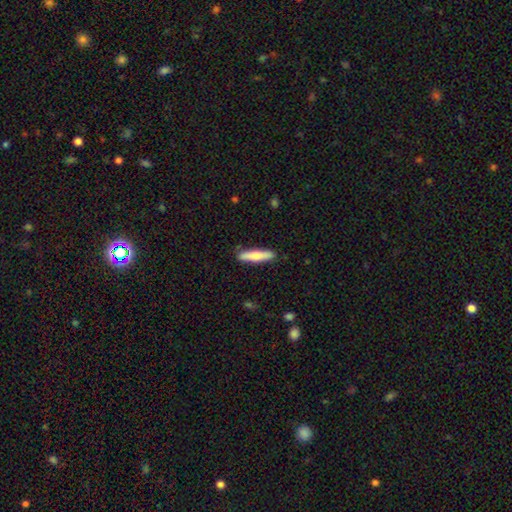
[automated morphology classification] smooth-or-featured: smooth: 68% | featured or disk: 27% | star or artifact: 5%
  how-rounded: cigar-shaped: 85% | in between: 14% | round: 2%
  merging: none: 87% | minor disturbance: 9% | major disturbance: 2% | merger: 1%